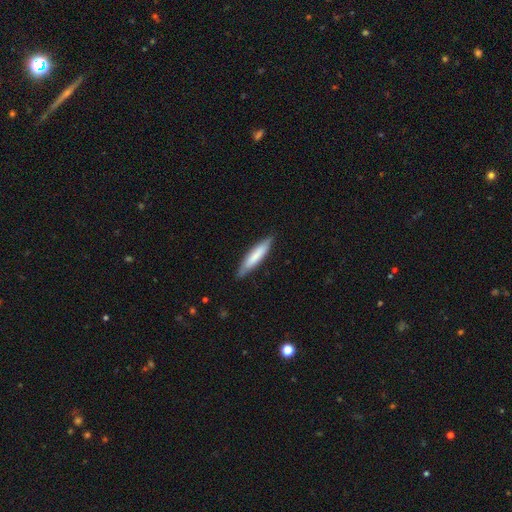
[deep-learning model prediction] Smooth or featured: smooth — 73% (featured or disk — 22%)
How rounded: cigar-shaped — 86% (in between — 13%)
Merging: none — 85% (minor disturbance — 12%)